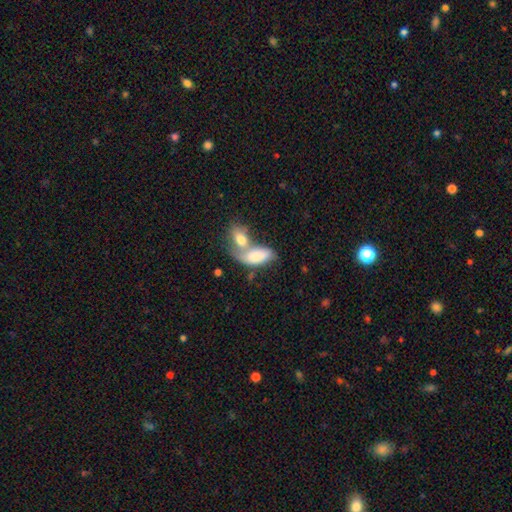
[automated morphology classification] A smooth galaxy with no disk features (77%) that is in between round and cigar-shaped (90%). Merging: merger (69%).